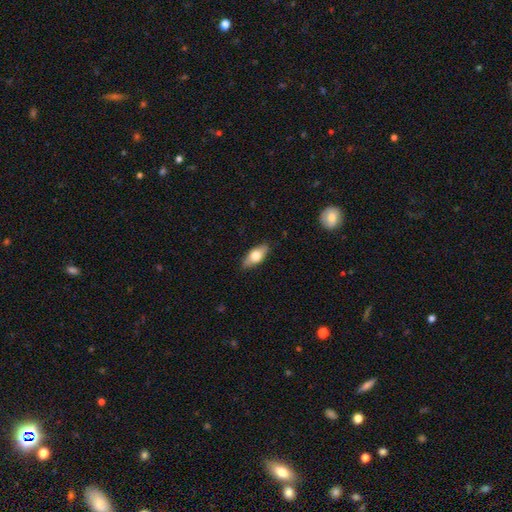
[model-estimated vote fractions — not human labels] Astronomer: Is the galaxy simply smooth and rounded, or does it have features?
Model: smooth — 65%.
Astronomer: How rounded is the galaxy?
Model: in between — 81%.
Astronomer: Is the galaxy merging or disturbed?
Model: none — 87%.